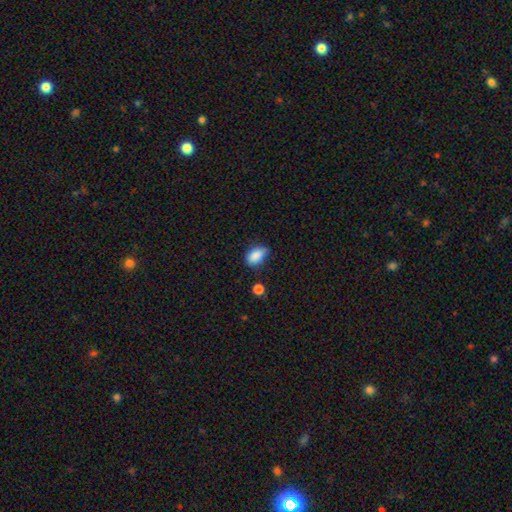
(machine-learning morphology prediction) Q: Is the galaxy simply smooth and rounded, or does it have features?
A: smooth — 86%.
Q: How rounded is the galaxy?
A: in between — 88%.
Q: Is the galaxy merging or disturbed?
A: none — 59%.